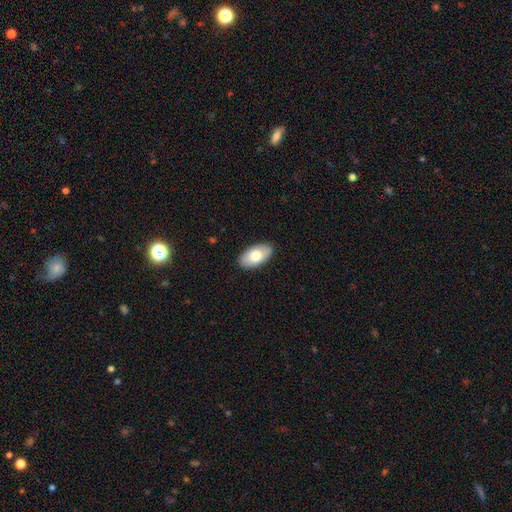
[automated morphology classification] This appears to be a smooth galaxy with no disk features (76%) that is in between round and cigar-shaped (95%). Merging: none (88%).